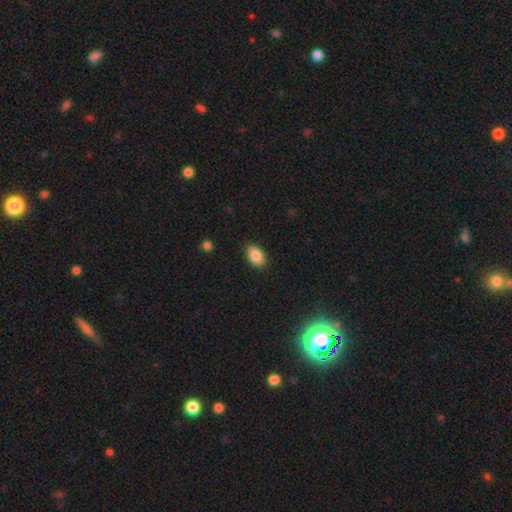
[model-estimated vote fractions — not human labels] Smooth or featured? Predicted: smooth (p=0.87). How rounded? Predicted: in between (p=0.90). Merging? Predicted: none (p=0.87).